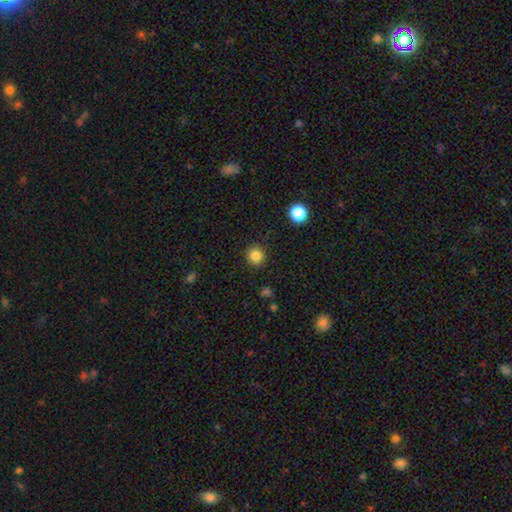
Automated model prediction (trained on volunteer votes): Smooth or featured?
  - smooth: 84% *
  - star or artifact: 12%
  - featured or disk: 4%
How rounded?
  - round: 93% *
  - in between: 6%
  - cigar-shaped: 1%
Merging?
  - none: 91% *
  - minor disturbance: 6%
  - major disturbance: 2%
  - merger: 1%